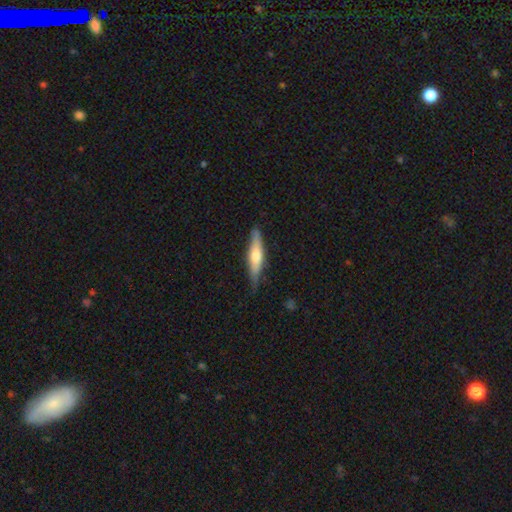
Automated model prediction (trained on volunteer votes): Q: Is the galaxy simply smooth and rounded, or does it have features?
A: featured or disk — 48%.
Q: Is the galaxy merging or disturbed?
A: none — 78%.